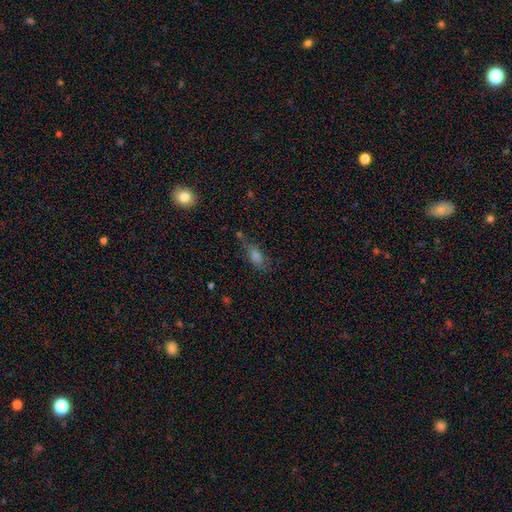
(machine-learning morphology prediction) Smooth or featured?
  - smooth: 65% *
  - star or artifact: 20%
  - featured or disk: 15%
How rounded?
  - in between: 74% *
  - cigar-shaped: 19%
  - round: 8%
Merging?
  - none: 64% *
  - minor disturbance: 21%
  - major disturbance: 9%
  - merger: 7%